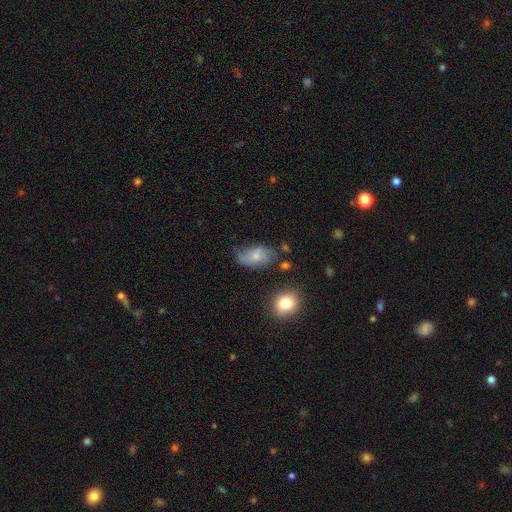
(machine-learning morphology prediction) Smooth or featured: smooth — 56% (featured or disk — 34%)
How rounded: in between — 89% (round — 8%)
Merging: none — 51% (minor disturbance — 32%)